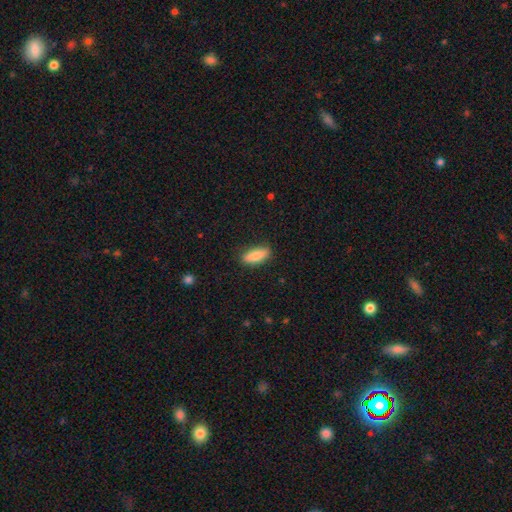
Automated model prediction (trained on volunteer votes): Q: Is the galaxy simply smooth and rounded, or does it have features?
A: smooth — 86%.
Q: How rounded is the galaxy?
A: in between — 71%.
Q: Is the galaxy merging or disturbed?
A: none — 85%.